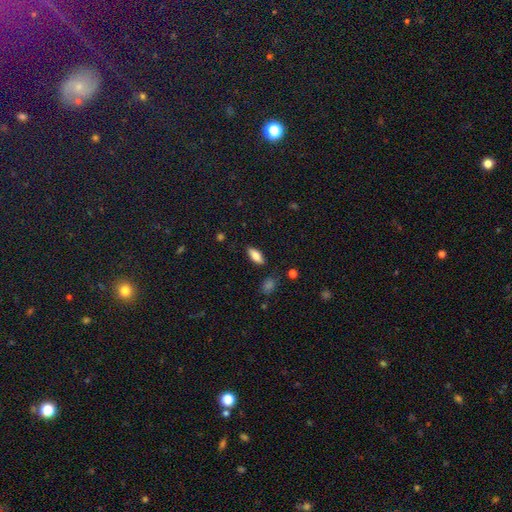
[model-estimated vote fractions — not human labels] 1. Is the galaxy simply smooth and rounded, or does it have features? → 80% smooth, 13% featured or disk, 7% star or artifact.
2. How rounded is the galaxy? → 78% in between, 20% cigar-shaped, 2% round.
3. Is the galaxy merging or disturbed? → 85% none, 11% minor disturbance, 3% major disturbance, 2% merger.